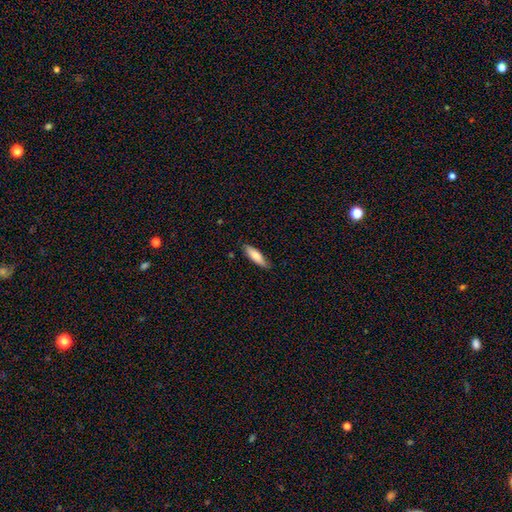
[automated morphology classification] Smooth or featured?
  - smooth: 80% *
  - featured or disk: 14%
  - star or artifact: 6%
How rounded?
  - cigar-shaped: 55% *
  - in between: 43%
  - round: 2%
Merging?
  - none: 82% *
  - minor disturbance: 14%
  - major disturbance: 2%
  - merger: 1%